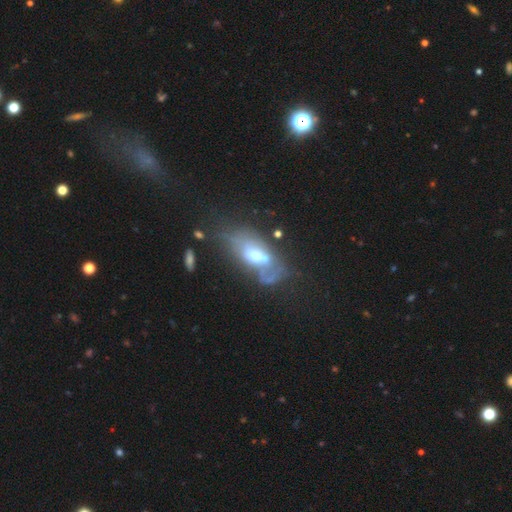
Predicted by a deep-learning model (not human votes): A featured or disk galaxy (58%). Merging: major disturbance (37%).